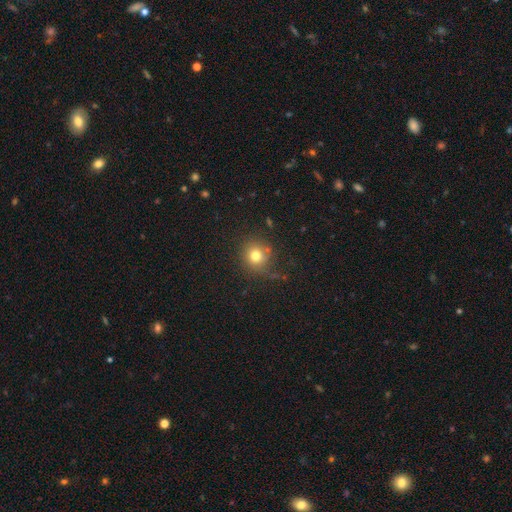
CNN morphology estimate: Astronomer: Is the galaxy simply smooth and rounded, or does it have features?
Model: smooth — 75%.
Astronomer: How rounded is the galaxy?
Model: round — 90%.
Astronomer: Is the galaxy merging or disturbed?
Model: none — 74%.